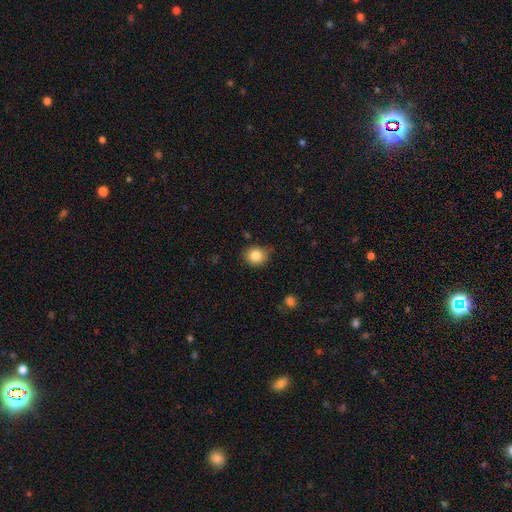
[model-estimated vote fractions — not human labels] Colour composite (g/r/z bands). It shows a smooth galaxy with no disk features (84%) that is round (73%). Merging: none (76%).